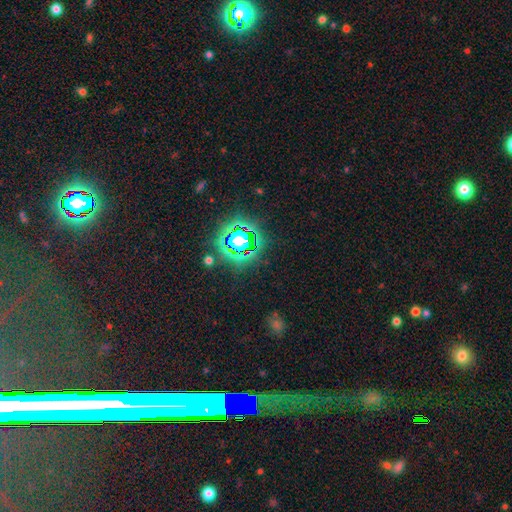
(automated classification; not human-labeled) Overall: star or artifact (72%).